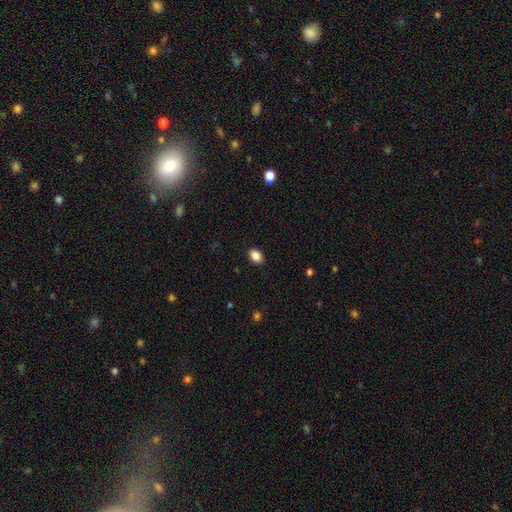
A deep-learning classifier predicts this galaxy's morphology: smooth 87%, star or artifact 9%, featured or disk 4%. Down the decision tree: how rounded — in between (78%); merging — none (90%).